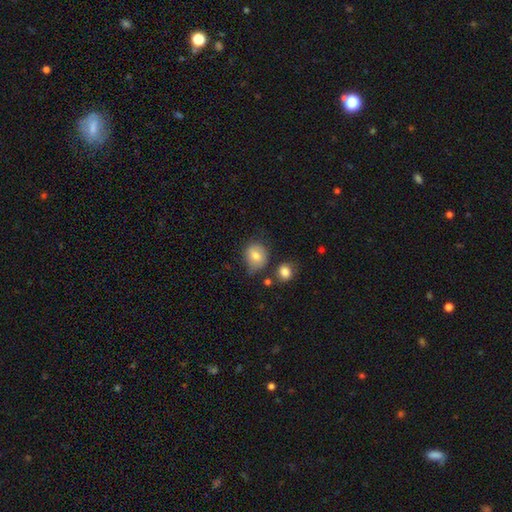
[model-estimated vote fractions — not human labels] smooth-or-featured: smooth: 78% | featured or disk: 12% | star or artifact: 10%
  how-rounded: round: 65% | in between: 34% | cigar-shaped: 1%
  merging: none: 61% | minor disturbance: 25% | merger: 7% | major disturbance: 7%